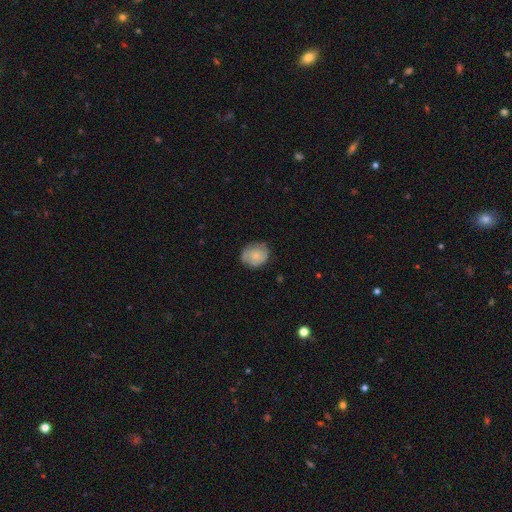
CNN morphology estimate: Smooth or featured? smooth (65%)
How rounded? round (63%)
Merging? none (71%)